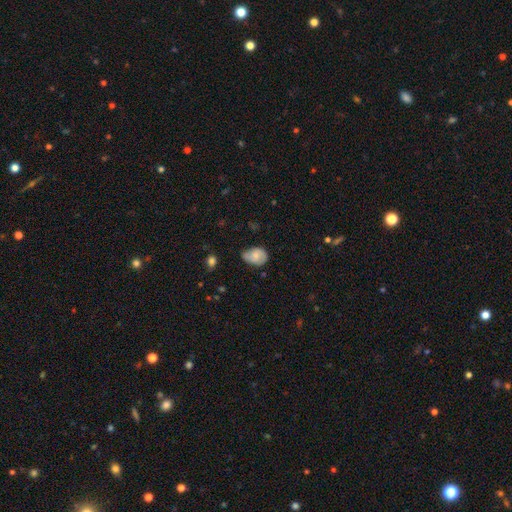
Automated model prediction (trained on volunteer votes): Smooth or featured? smooth (62%)
How rounded? in between (74%)
Merging? none (45%)